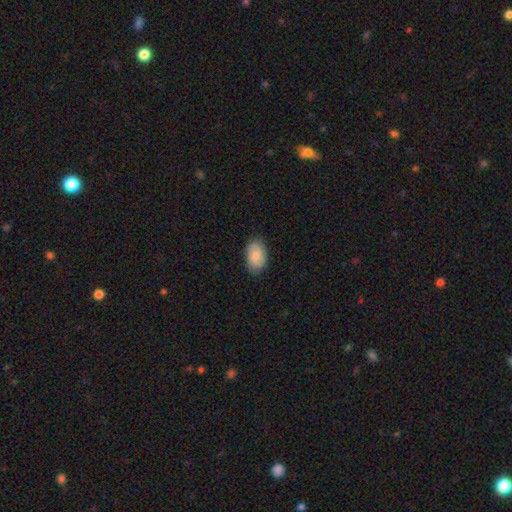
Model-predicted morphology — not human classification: smooth-or-featured: smooth: 78% | featured or disk: 16% | star or artifact: 6%
  how-rounded: in between: 91% | round: 8% | cigar-shaped: 1%
  merging: none: 84% | minor disturbance: 13% | major disturbance: 2% | merger: 1%